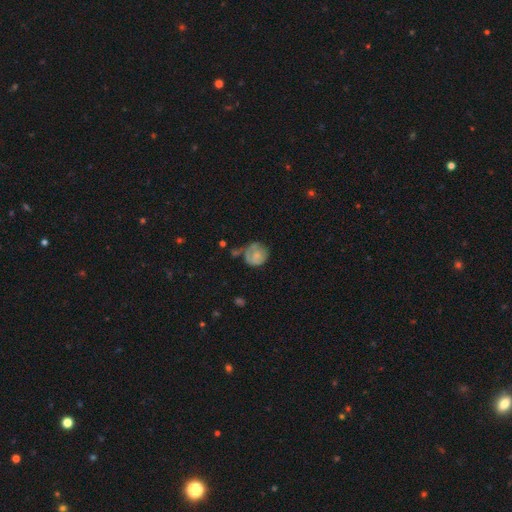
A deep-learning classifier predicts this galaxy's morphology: type=smooth (59%); roundness=round (78%); merging=none (44%).